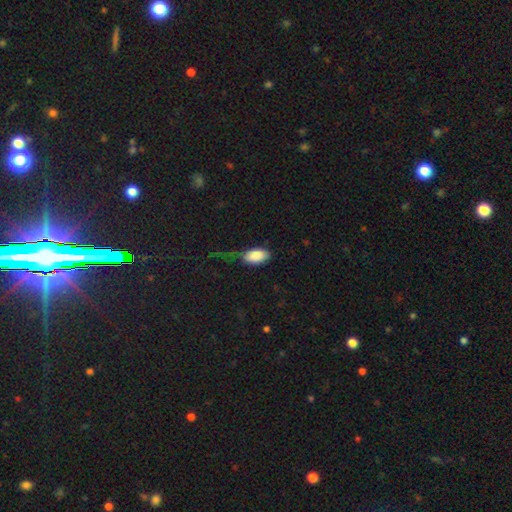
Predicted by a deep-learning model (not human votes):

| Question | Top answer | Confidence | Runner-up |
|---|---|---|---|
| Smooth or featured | smooth | 87% | star or artifact (7%) |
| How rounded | in between | 95% | round (3%) |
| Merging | none | 50% | minor disturbance (29%) |